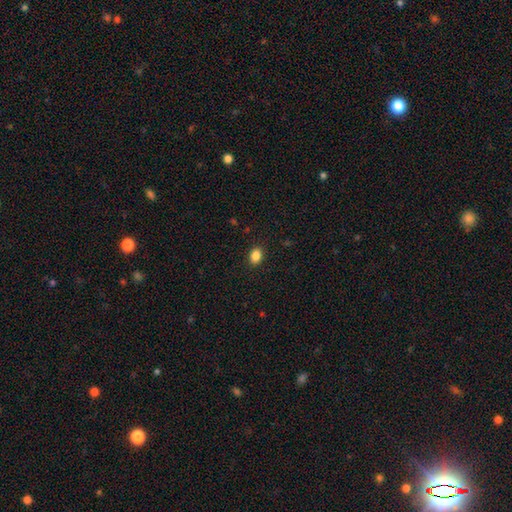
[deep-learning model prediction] Morphology: type=smooth (86%); roundness=in between (62%); merging=none (90%).